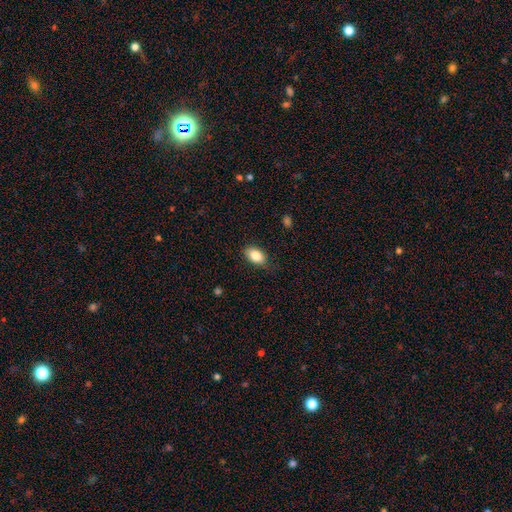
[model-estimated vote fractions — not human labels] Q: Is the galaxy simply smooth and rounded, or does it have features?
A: smooth — 84%.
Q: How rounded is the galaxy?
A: in between — 91%.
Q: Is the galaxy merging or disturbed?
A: none — 81%.